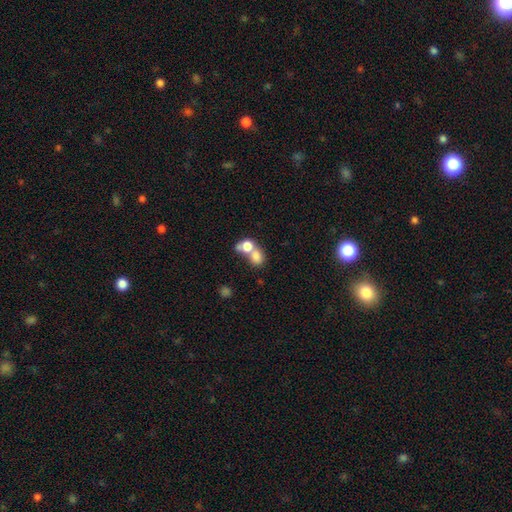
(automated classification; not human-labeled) This appears to be a smooth galaxy with no disk features (74%) that is round (53%). Merging: merger (68%).